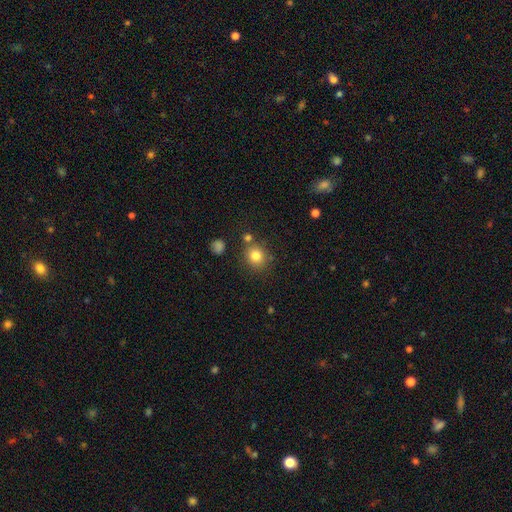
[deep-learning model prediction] This appears to be a smooth galaxy with no disk features (81%) that is round (82%). Merging: none (77%).